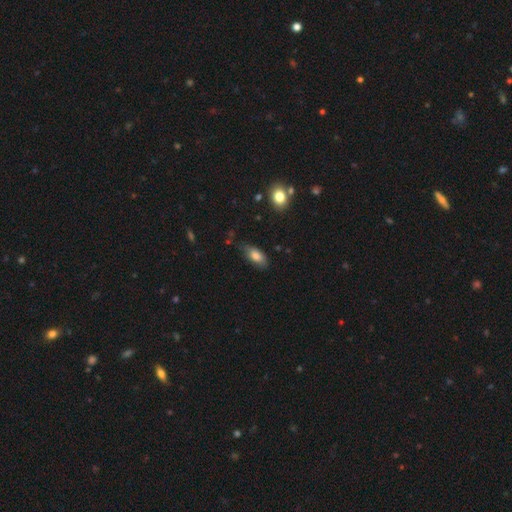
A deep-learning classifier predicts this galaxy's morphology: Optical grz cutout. It shows a smooth galaxy with no disk features (81%) that is in between round and cigar-shaped (89%). Merging: none (69%).